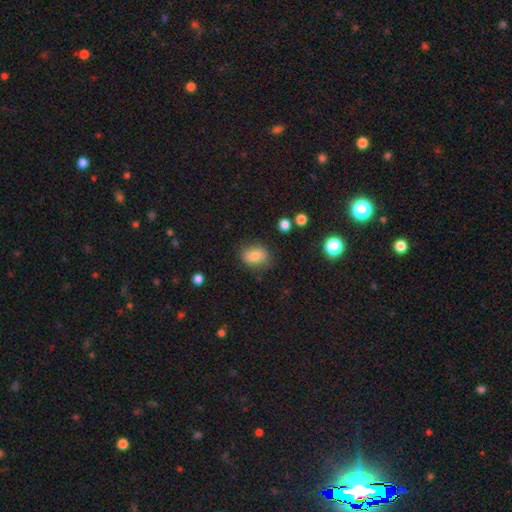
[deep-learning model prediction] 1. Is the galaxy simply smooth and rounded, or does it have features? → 81% smooth, 10% featured or disk, 9% star or artifact.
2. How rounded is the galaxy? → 63% in between, 36% round, 1% cigar-shaped.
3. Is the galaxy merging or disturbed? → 77% none, 17% minor disturbance, 4% major disturbance, 2% merger.